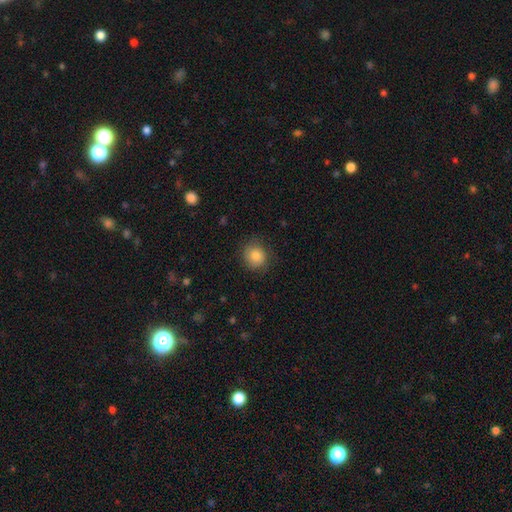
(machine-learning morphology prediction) smooth 85%, star or artifact 9%, featured or disk 7%. Down the decision tree: how rounded — round (86%); merging — none (82%).